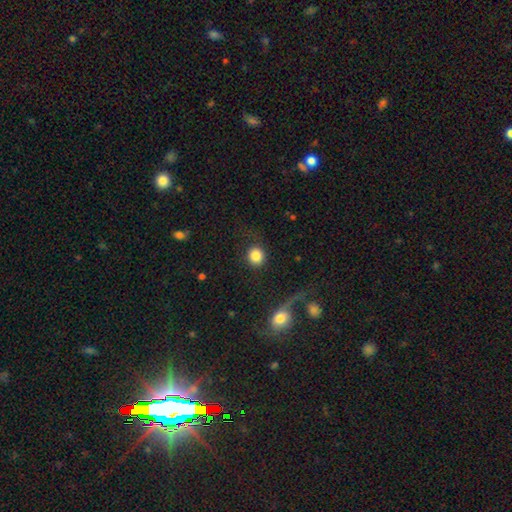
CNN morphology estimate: Smooth or featured? Predicted: smooth (p=0.84). How rounded? Predicted: round (p=0.87). Merging? Predicted: none (p=0.81).